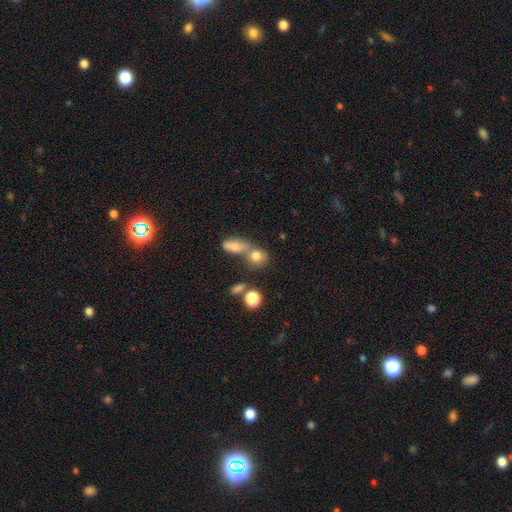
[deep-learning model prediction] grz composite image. It shows a smooth galaxy with no disk features (77%) that is round (68%). Merging: merger (44%).